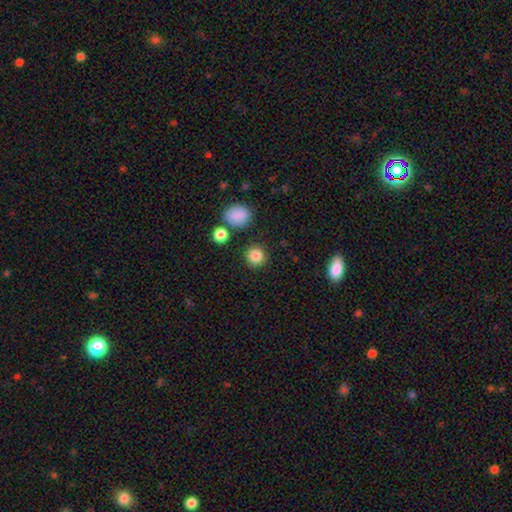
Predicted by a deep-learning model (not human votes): smooth_or_featured: smooth (p=0.84) [alt: star or artifact p=0.11]
how_rounded: round (p=0.92) [alt: in between p=0.07]
merging: none (p=0.88) [alt: minor disturbance p=0.07]